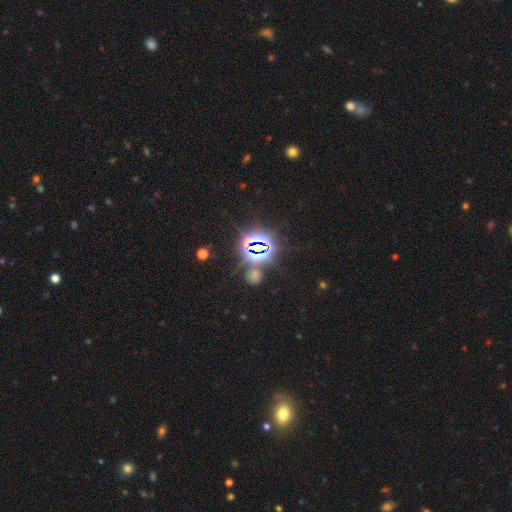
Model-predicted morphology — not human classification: This is likely a star or artifact rather than a galaxy (80%).